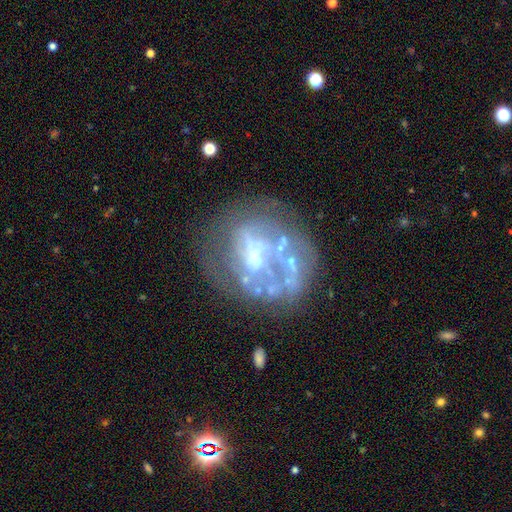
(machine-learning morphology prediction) Q: Smooth or featured?
A: featured or disk (72%); runner-up: smooth (16%)
Q: Edge-on disk?
A: no (98%); runner-up: yes (2%)
Q: Bar?
A: no (67%); runner-up: weak (24%)
Q: Spiral arms?
A: no (74%); runner-up: yes (26%)
Q: Bulge size?
A: none (32%); runner-up: moderate (31%)
Q: Merging?
A: none (48%); runner-up: major disturbance (24%)